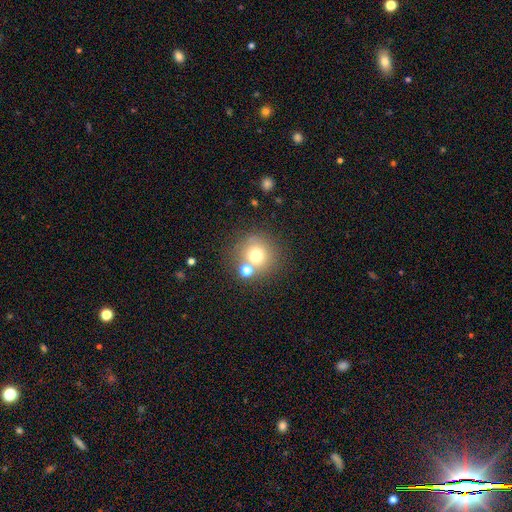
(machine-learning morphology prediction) Smooth or featured? Predicted: smooth (p=0.71). How rounded? Predicted: round (p=0.92). Merging? Predicted: none (p=0.68).